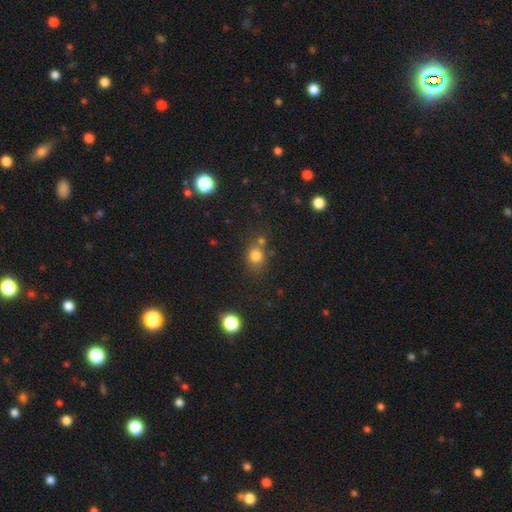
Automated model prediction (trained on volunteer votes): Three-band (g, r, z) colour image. It shows a smooth galaxy with no disk features (78%) that is round (72%). Merging: none (61%).